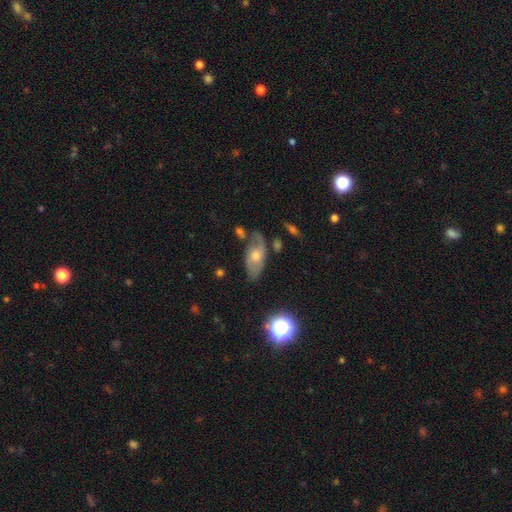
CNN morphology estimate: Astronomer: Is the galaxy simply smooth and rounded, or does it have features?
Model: featured or disk — 52% (runner-up: smooth, 35%).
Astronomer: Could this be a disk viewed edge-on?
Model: no — 86%.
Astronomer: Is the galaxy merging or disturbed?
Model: none — 52%.